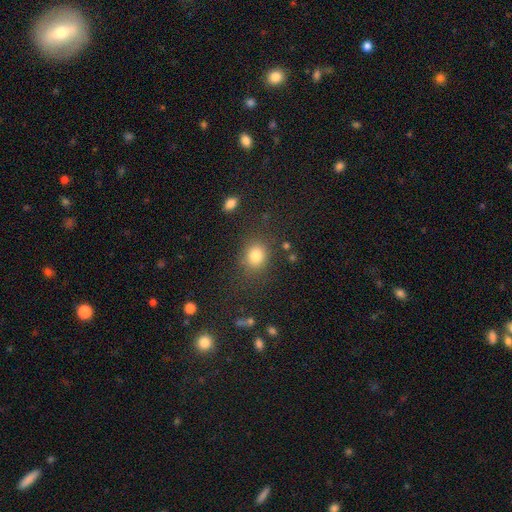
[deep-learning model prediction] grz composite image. It shows a smooth galaxy with no disk features (81%) that is round (66%). Merging: none (79%).